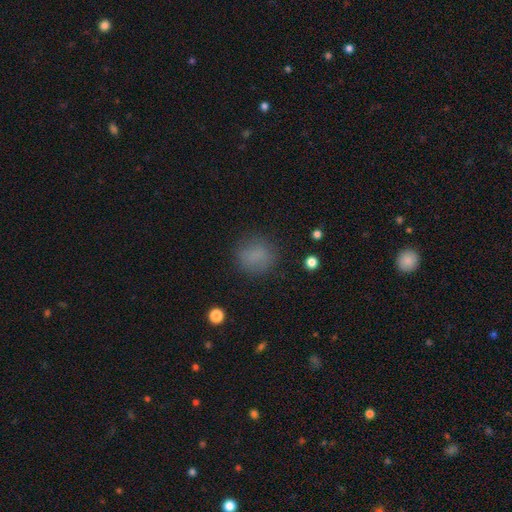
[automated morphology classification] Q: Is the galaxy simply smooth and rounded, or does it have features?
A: smooth — 80%.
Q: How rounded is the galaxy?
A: round — 76%.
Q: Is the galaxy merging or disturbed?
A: none — 82%.